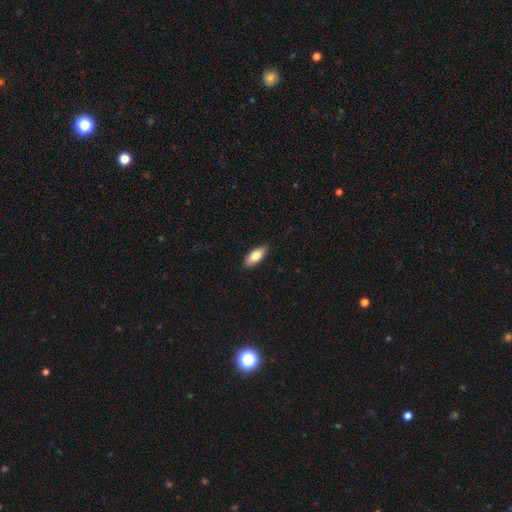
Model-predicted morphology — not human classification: smooth 79%, featured or disk 15%, star or artifact 6%. Down the decision tree: how rounded — in between (81%); merging — none (89%).